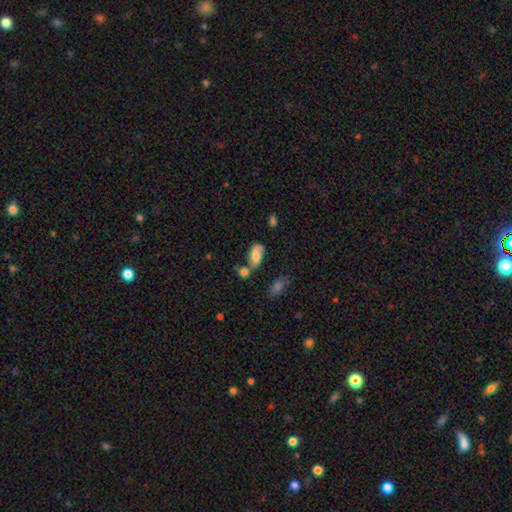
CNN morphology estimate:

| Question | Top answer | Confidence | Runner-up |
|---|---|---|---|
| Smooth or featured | smooth | 52% | featured or disk (39%) |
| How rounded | in between | 88% | cigar-shaped (6%) |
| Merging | none | 43% | merger (25%) |